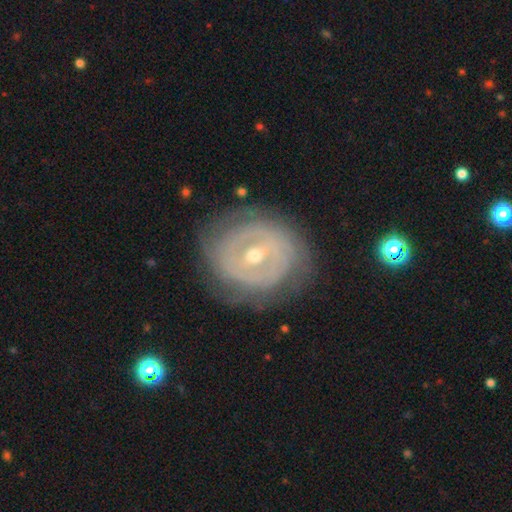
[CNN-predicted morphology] Smooth or featured: featured or disk — 79% (smooth — 15%)
Edge-on disk: no — 96% (yes — 4%)
Bar: weak — 43% (no — 30%)
Spiral arms: yes — 63% (no — 37%)
Bulge size: small — 52% (moderate — 45%)
Merging: none — 76% (minor disturbance — 16%)